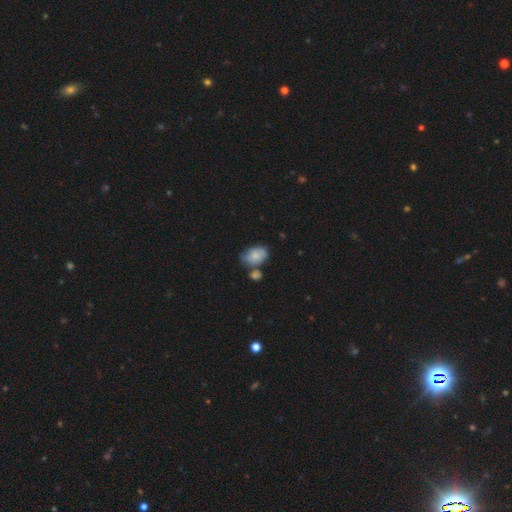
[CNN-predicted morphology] Smooth or featured: smooth — 69% (featured or disk — 23%)
How rounded: in between — 81% (round — 17%)
Merging: none — 45% (minor disturbance — 25%)